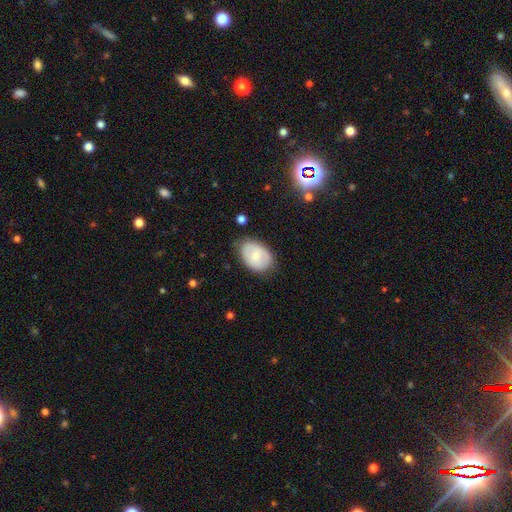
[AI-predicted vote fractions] Smooth or featured: smooth — 67% (featured or disk — 27%)
How rounded: in between — 81% (round — 18%)
Merging: none — 72% (minor disturbance — 21%)